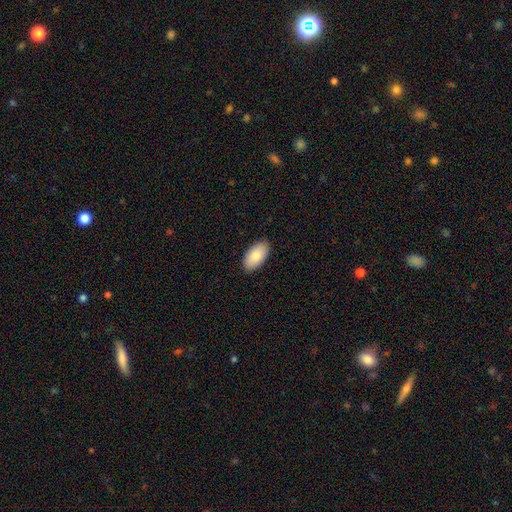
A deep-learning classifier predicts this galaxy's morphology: Q: Smooth or featured?
A: smooth (85%); runner-up: featured or disk (9%)
Q: How rounded?
A: in between (96%); runner-up: round (2%)
Q: Merging?
A: none (89%); runner-up: minor disturbance (8%)